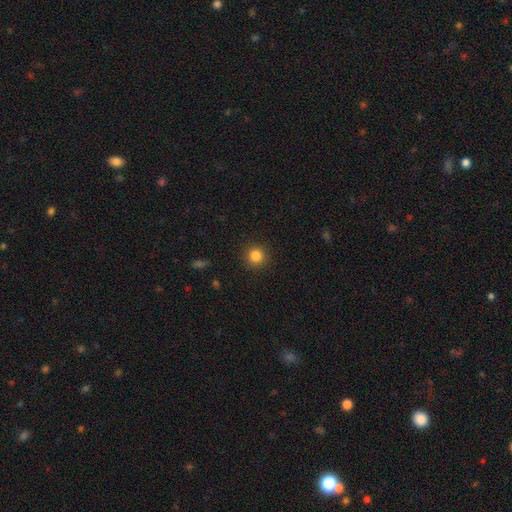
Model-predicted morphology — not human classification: This appears to be a smooth galaxy with no disk features (85%) that is round (94%). Merging: none (91%).